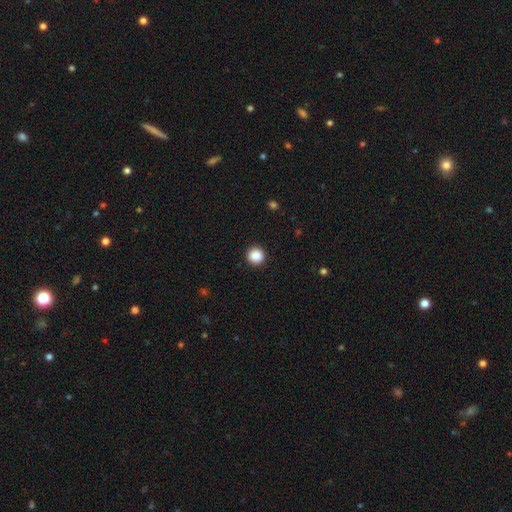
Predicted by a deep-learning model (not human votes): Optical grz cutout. It shows a smooth galaxy with no disk features (88%) that is round (94%). Merging: none (92%).